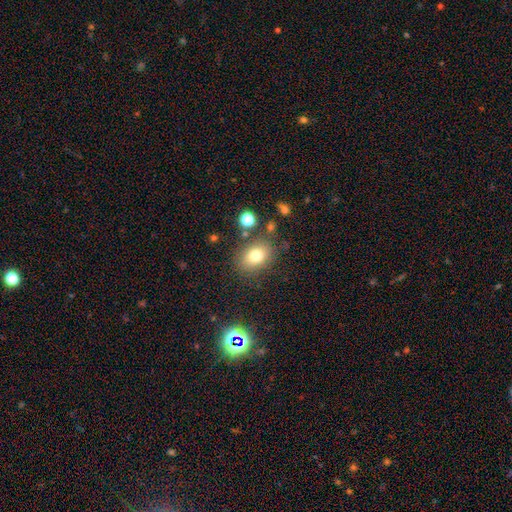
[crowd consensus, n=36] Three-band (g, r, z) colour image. It shows a smooth galaxy with no disk features (81%) that is in between round and cigar-shaped (83%). Merging: none (79%).